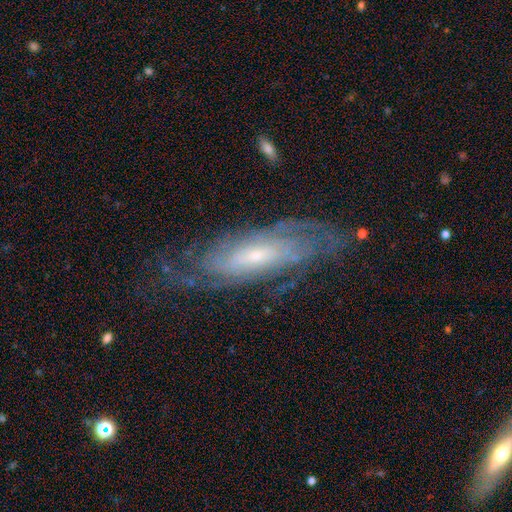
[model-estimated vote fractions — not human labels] smooth-or-featured: featured or disk: 81% | smooth: 13% | star or artifact: 6%
  disk-edge-on: no: 83% | yes: 17%
    bar: no: 55% | weak: 34% | strong: 11%
    has-spiral-arms: yes: 92% | no: 8%
      spiral-winding: tight: 62% | medium: 30% | loose: 9%
      spiral-arm-count: can't tell: 51% | 2: 21% | 3: 11% | 4: 8% | more than 4: 5% | 1: 4%
    bulge-size: small: 61% | moderate: 31% | large: 4% | none: 3% | dominant: 1%
  merging: none: 69% | minor disturbance: 19% | major disturbance: 10% | merger: 2%